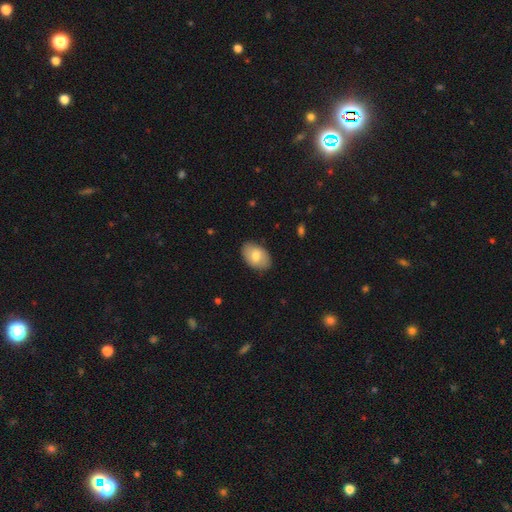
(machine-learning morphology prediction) Overall: smooth (74%). How rounded: in between (89%). Merging: none (86%).